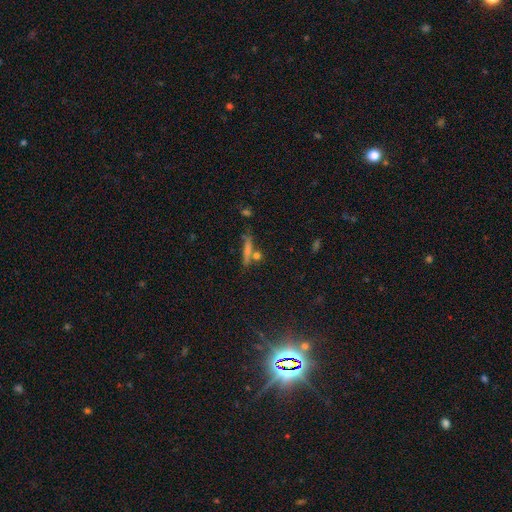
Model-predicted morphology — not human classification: Q: Smooth or featured?
A: smooth (60%); runner-up: featured or disk (25%)
Q: How rounded?
A: cigar-shaped (74%); runner-up: in between (13%)
Q: Merging?
A: none (69%); runner-up: merger (15%)